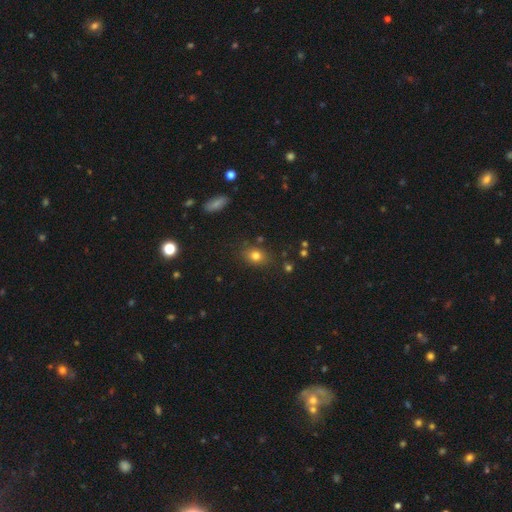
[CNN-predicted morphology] Overall: smooth (78%). How rounded: in between (60%; round 38%). Merging: none (81%).